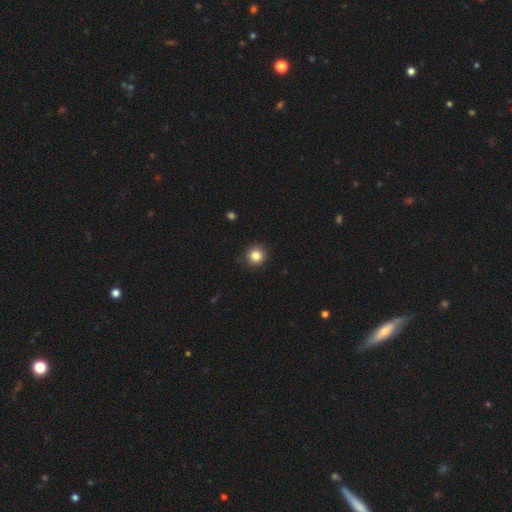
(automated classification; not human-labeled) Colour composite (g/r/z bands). It shows a smooth galaxy with no disk features (84%) that is round (93%). Merging: none (89%).